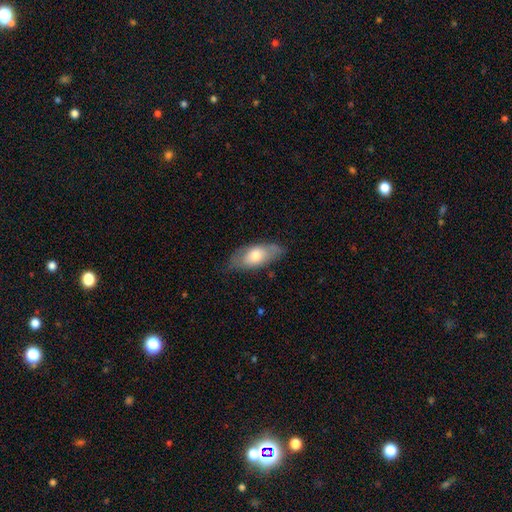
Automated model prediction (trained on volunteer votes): Smooth or featured?
  - smooth: 61% *
  - featured or disk: 33%
  - star or artifact: 6%
How rounded?
  - in between: 88% *
  - cigar-shaped: 8%
  - round: 4%
Merging?
  - none: 71% *
  - minor disturbance: 22%
  - major disturbance: 6%
  - merger: 1%